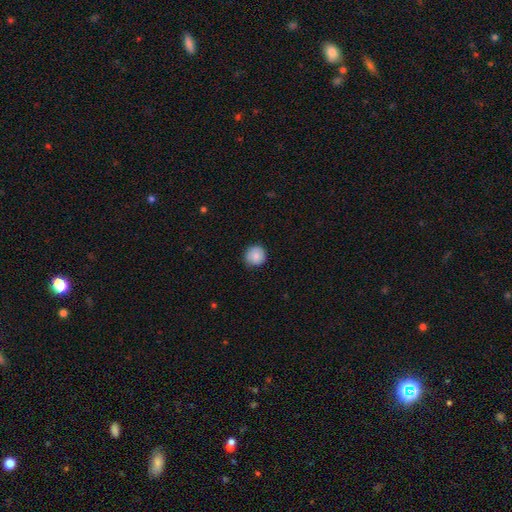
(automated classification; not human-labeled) Overall: smooth (84%). How rounded: round (93%). Merging: none (83%).